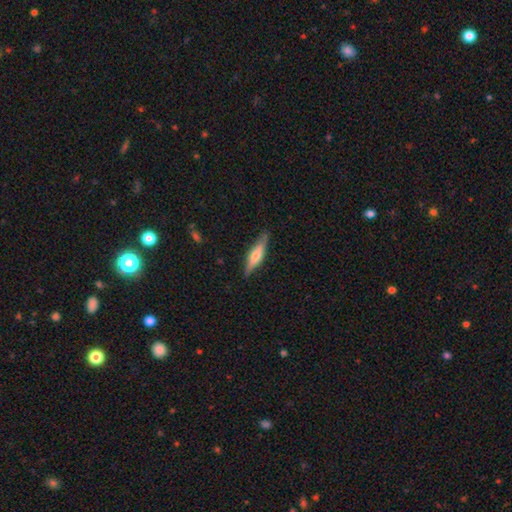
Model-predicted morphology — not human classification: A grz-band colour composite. It shows a featured or disk galaxy (55%) viewed edge-on (95%) with a rounded central bulge (83%). Merging: none (87%).